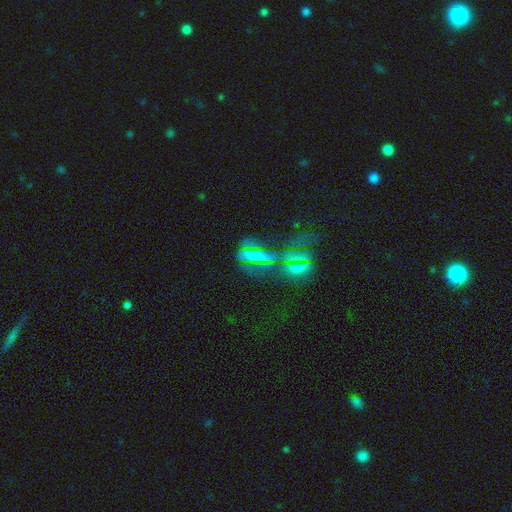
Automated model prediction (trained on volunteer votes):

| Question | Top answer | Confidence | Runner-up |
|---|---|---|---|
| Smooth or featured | star or artifact | 54% | smooth (28%) |